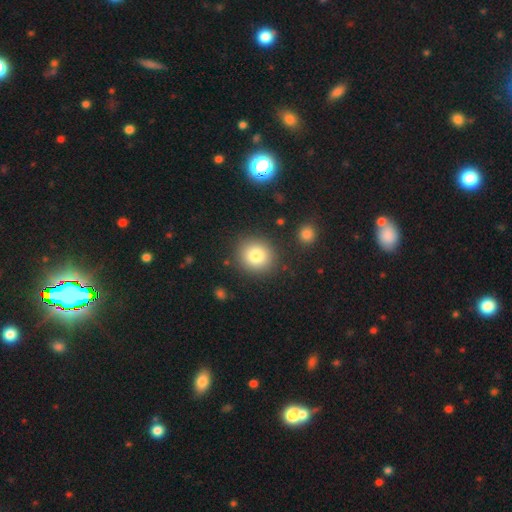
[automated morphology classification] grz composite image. It shows a smooth galaxy with no disk features (80%) that is round (86%). Merging: none (87%).